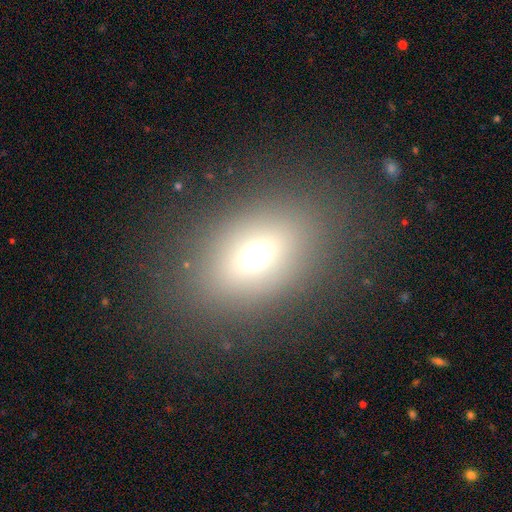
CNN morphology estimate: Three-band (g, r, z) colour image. It shows a smooth galaxy with no disk features (63%) that is in between round and cigar-shaped (74%). Merging: none (84%).